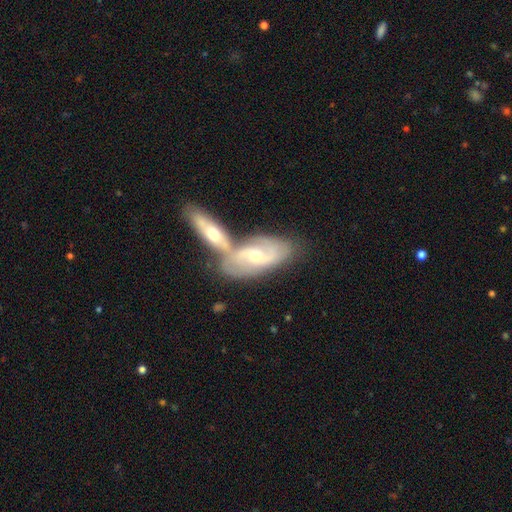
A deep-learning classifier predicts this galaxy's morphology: Smooth or featured: featured or disk — 76% (smooth — 19%)
Edge-on disk: no — 88% (yes — 12%)
Bar: weak — 45% (no — 39%)
Spiral arms: yes — 90% (no — 10%)
Spiral winding: medium — 46% (loose — 28%)
Spiral arm count: 2 — 80% (can't tell — 13%)
Bulge size: moderate — 60% (small — 36%)
Merging: merger — 49% (none — 36%)